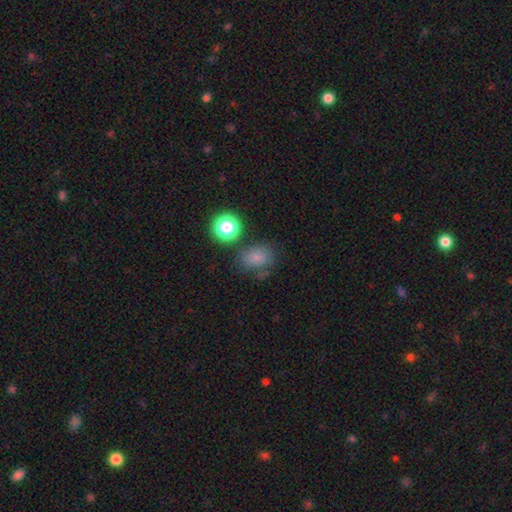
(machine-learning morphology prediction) The model was most divided on "how rounded": in between: 55%, round: 44%, cigar-shaped: 1%. More confident: smooth or featured — smooth (74%); merging — none (66%).